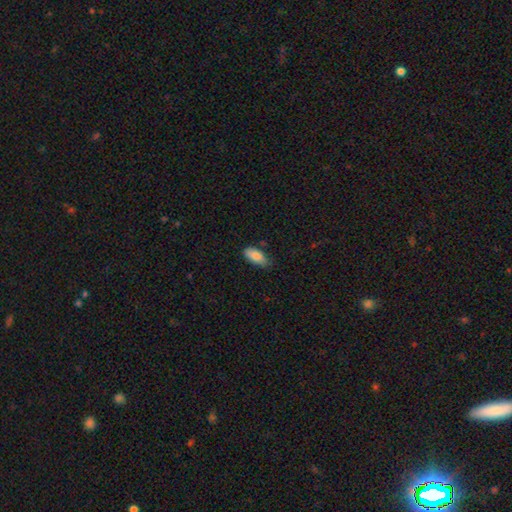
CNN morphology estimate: Overall: smooth (86%). How rounded: in between (89%). Merging: none (66%; minor disturbance 28%).